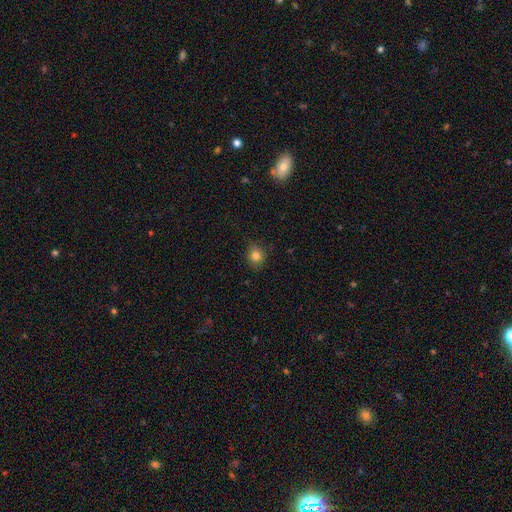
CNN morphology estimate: The model was most divided on "how rounded": round: 78%, in between: 21%, cigar-shaped: 1%. More confident: merging — none (83%); smooth or featured — smooth (81%).